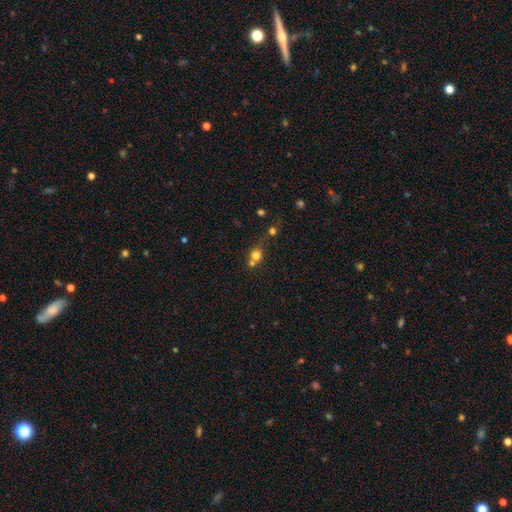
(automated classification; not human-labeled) Q: Smooth or featured?
A: smooth (73%); runner-up: star or artifact (16%)
Q: How rounded?
A: round (82%); runner-up: in between (17%)
Q: Merging?
A: merger (46%); runner-up: none (40%)